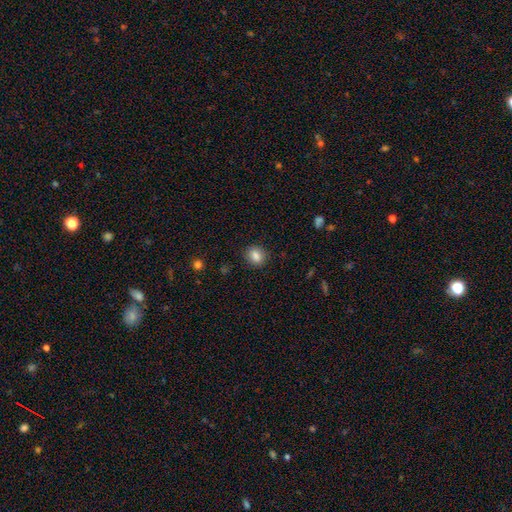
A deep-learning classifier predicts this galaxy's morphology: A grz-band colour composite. It shows a smooth galaxy with no disk features (86%) that is round (61%). Merging: none (88%).